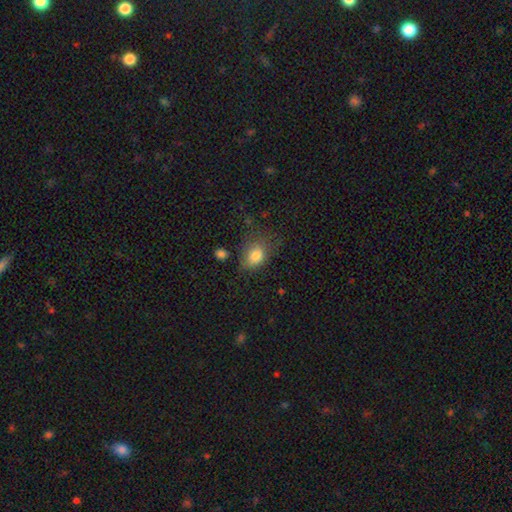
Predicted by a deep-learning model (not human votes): Smooth or featured? smooth (80%)
How rounded? in between (67%)
Merging? none (54%)